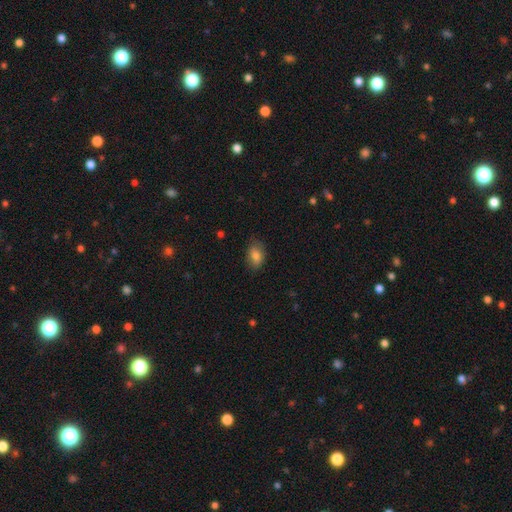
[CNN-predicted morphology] A smooth galaxy with no disk features (81%) that is in between round and cigar-shaped (84%).

Vote fractions:
- Smooth or featured? smooth: 81% / featured or disk: 10% / star or artifact: 9%
- How rounded? in between: 84% / round: 14% / cigar-shaped: 2%
- Merging? none: 77% / minor disturbance: 18% / major disturbance: 4% / merger: 1%